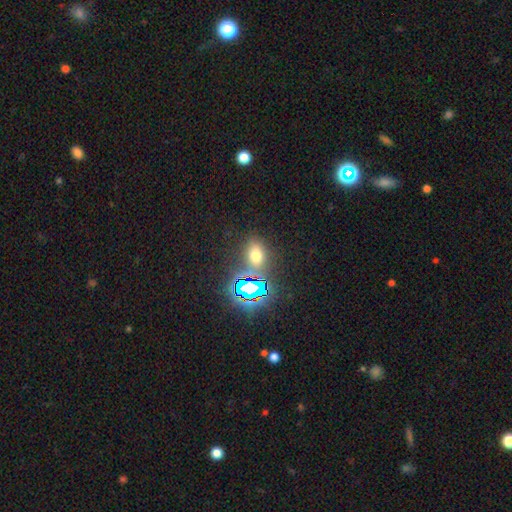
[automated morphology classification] smooth-or-featured: smooth: 54% | star or artifact: 36% | featured or disk: 9%
  how-rounded: in between: 70% | round: 27% | cigar-shaped: 3%
  merging: none: 76% | minor disturbance: 12% | merger: 7% | major disturbance: 5%